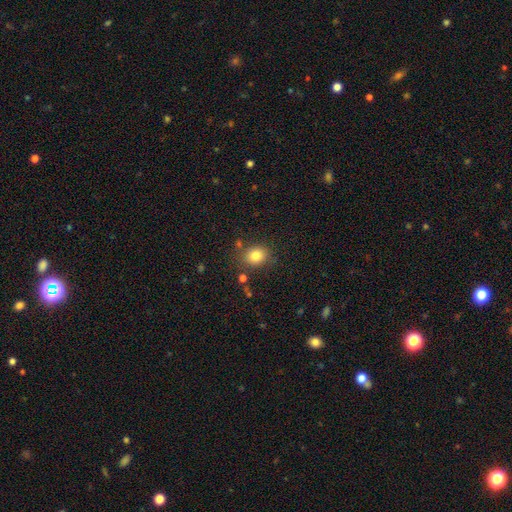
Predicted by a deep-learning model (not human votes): A smooth galaxy with no disk features (82%) that is round (60%). Merging: none (79%).